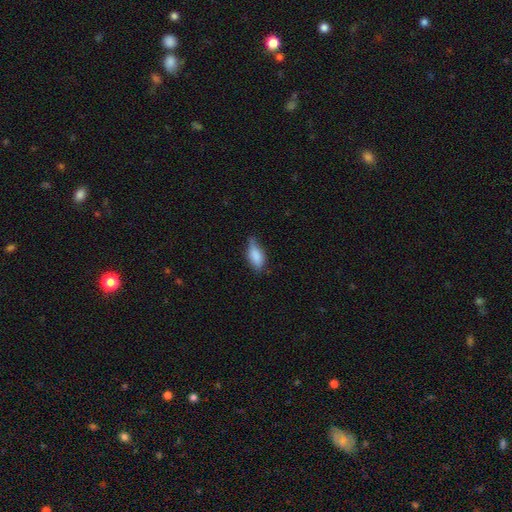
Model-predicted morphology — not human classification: smooth-or-featured: smooth: 80% | featured or disk: 13% | star or artifact: 7%
  how-rounded: in between: 82% | cigar-shaped: 15% | round: 3%
  merging: none: 59% | minor disturbance: 33% | major disturbance: 6% | merger: 2%